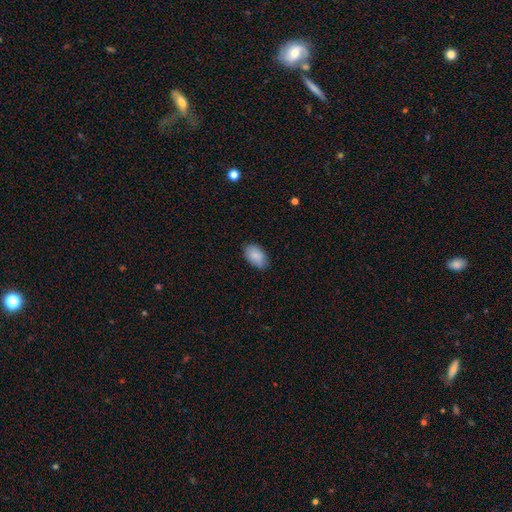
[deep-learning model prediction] This appears to be a smooth galaxy with no disk features (84%) that is in between round and cigar-shaped (90%). Merging: none (75%).